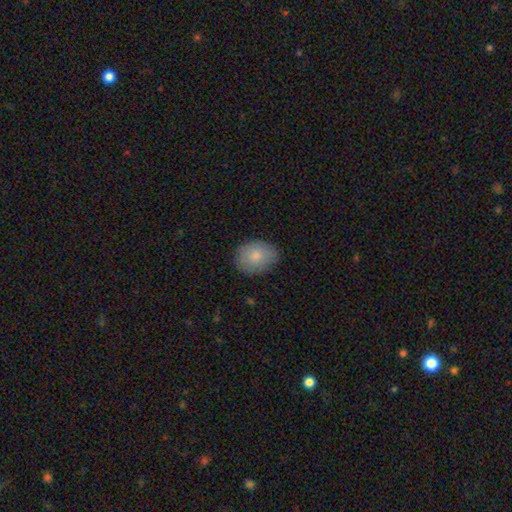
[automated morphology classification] smooth 82%, featured or disk 11%, star or artifact 7%. Down the decision tree: how rounded — in between (56%); merging — none (81%).